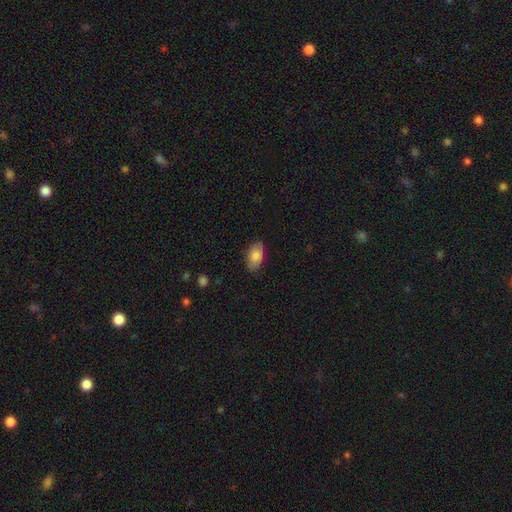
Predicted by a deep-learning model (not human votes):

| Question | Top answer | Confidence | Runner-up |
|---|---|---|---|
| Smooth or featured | smooth | 83% | featured or disk (10%) |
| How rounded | in between | 93% | round (5%) |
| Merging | none | 85% | minor disturbance (12%) |